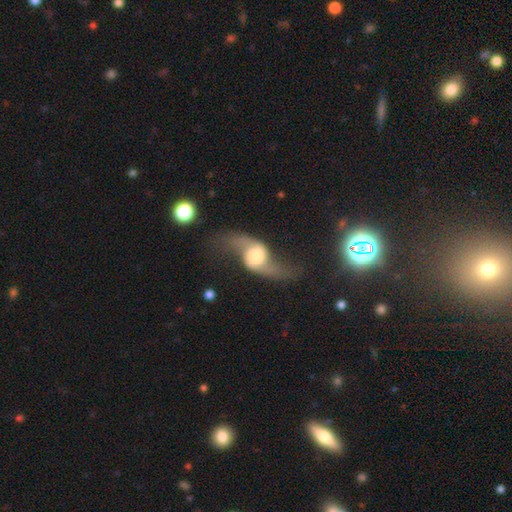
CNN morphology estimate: Overall: featured or disk (84%). Edge-on disk: no (92%). Bar: no (57%; weak 32%). Spiral arms: yes (95%). Spiral arm count: 2 (94%). Spiral winding: loose (91%). Bulge size: moderate (43%; large 27%). Merging: none (60%).